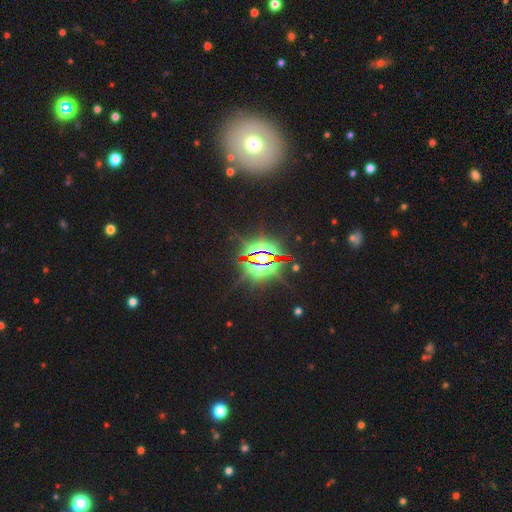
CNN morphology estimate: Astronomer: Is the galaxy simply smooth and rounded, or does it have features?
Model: star or artifact — 78%.